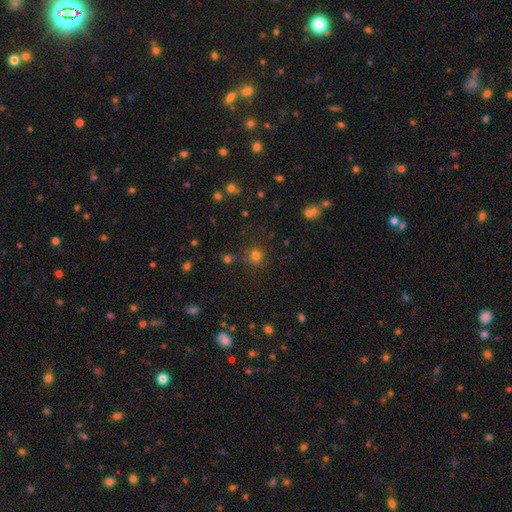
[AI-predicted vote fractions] Smooth or featured: smooth — 75% (star or artifact — 19%)
How rounded: round — 88% (in between — 11%)
Merging: none — 76% (minor disturbance — 12%)